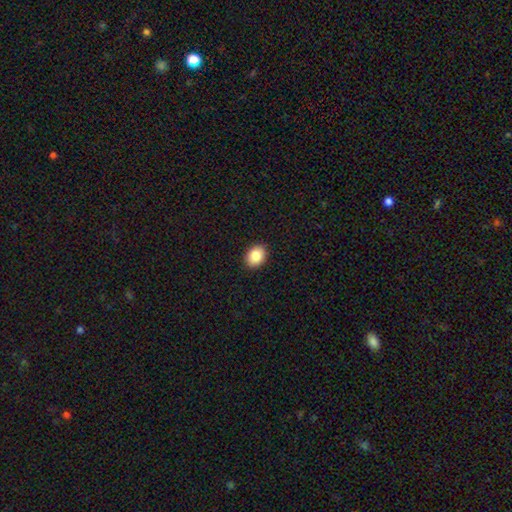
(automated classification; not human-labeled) This appears to be a smooth galaxy with no disk features (87%) that is in between round and cigar-shaped (68%). Merging: none (91%).